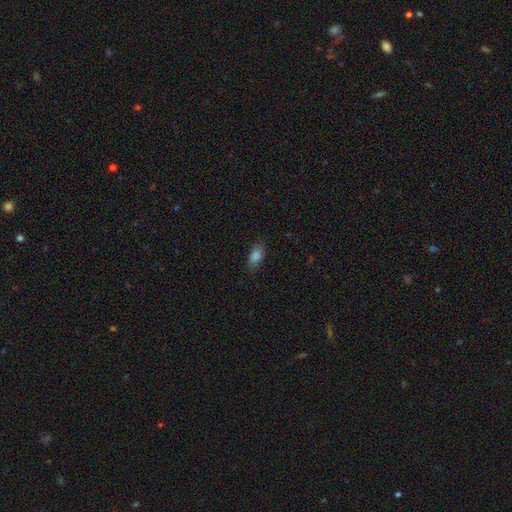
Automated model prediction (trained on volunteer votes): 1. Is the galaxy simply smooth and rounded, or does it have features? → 83% smooth, 9% star or artifact, 8% featured or disk.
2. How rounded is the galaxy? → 86% in between, 9% cigar-shaped, 5% round.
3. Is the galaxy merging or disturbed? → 83% none, 13% minor disturbance, 3% major disturbance, 1% merger.